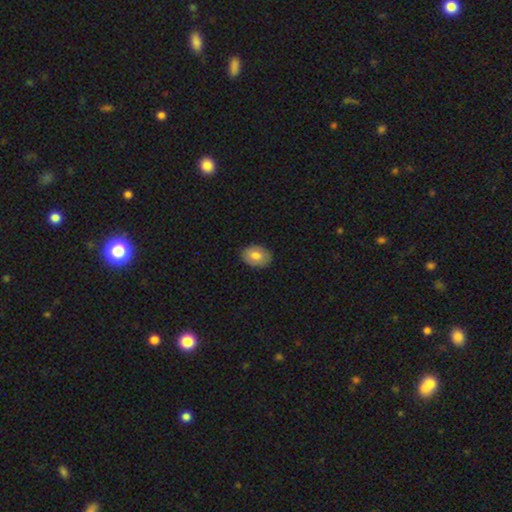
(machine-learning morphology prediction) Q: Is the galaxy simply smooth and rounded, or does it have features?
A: smooth — 75%.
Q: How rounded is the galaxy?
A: in between — 77%.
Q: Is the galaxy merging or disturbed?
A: none — 85%.